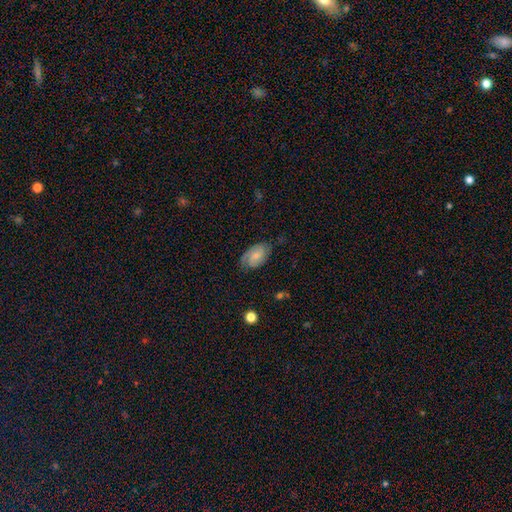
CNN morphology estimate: smooth_or_featured: featured or disk (p=0.52) [alt: smooth p=0.41]
disk_edge_on: no (p=0.96) [alt: yes p=0.04]
merging: none (p=0.68) [alt: minor disturbance p=0.24]